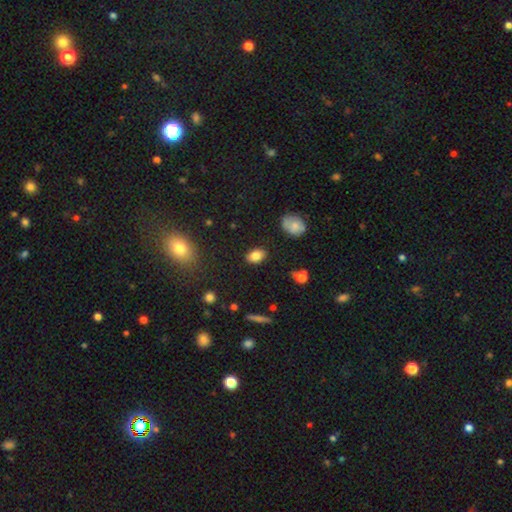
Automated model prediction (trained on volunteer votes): smooth-or-featured: smooth: 82% | star or artifact: 10% | featured or disk: 8%
  how-rounded: in between: 84% | round: 15% | cigar-shaped: 2%
  merging: none: 85% | minor disturbance: 10% | major disturbance: 2% | merger: 2%